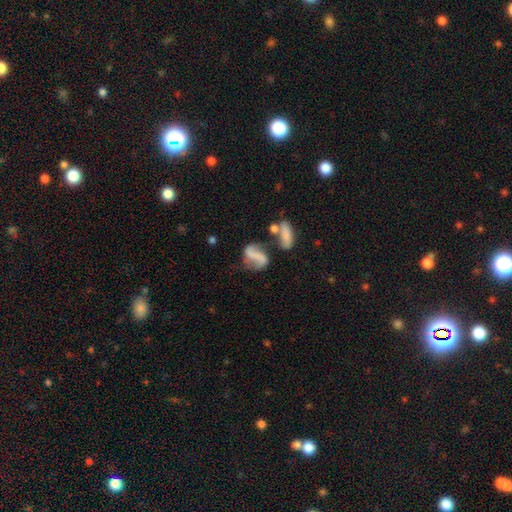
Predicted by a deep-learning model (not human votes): This is likely a featured or disk galaxy (62%). It is clearly not viewed edge-on (95%). Bar: marginally no (39%). Spiral arm pattern: clearly yes (81%). Central bulge: likely none (68%). Merging: possibly none (47%).